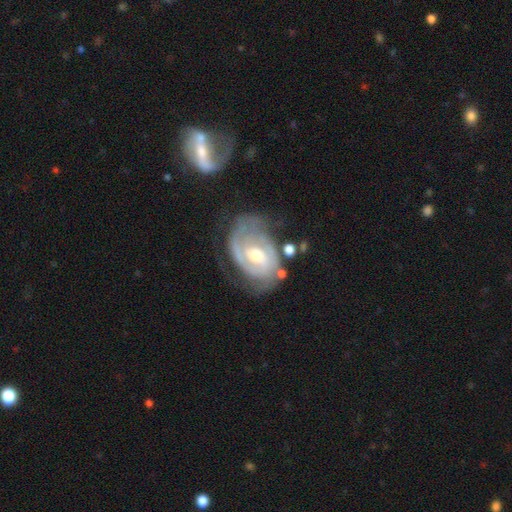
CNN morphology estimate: Smooth or featured? featured or disk (86%)
Edge-on disk? no (96%)
Bar? weak (45%)
Spiral arms? yes (93%)
Spiral winding? tight (62%)
Spiral arm count? 2 (51%)
Bulge size? moderate (68%)
Merging? none (56%)